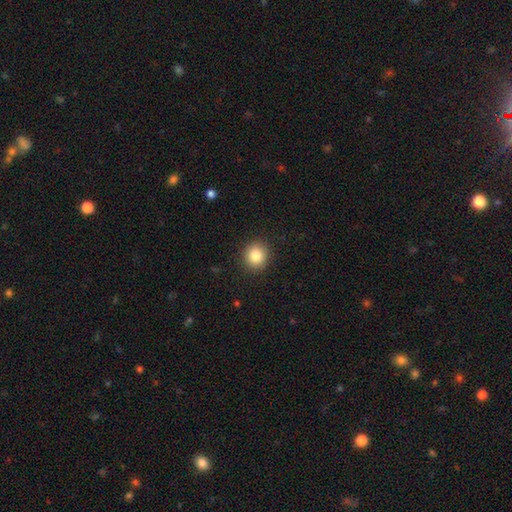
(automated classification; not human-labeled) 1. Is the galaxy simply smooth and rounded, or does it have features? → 84% smooth, 10% star or artifact, 6% featured or disk.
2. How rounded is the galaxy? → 88% round, 11% in between, 1% cigar-shaped.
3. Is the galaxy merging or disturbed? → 91% none, 6% minor disturbance, 2% major disturbance, 1% merger.